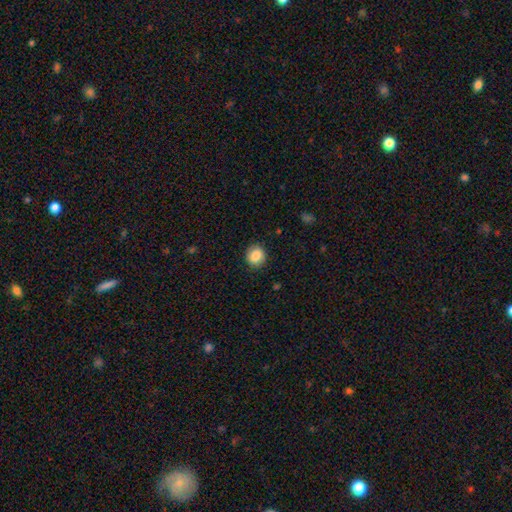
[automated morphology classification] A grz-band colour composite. It shows a smooth galaxy with no disk features (85%) that is round (75%). Merging: none (88%).